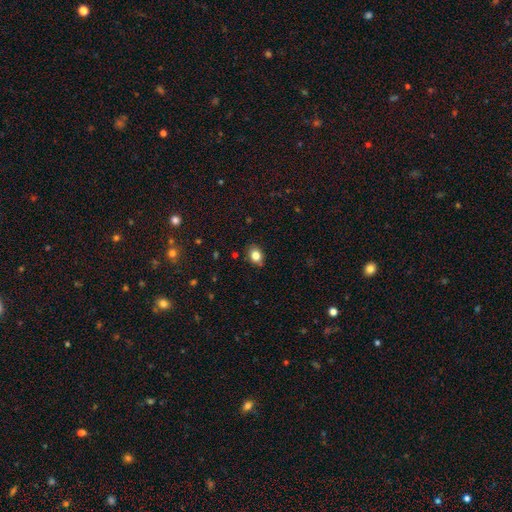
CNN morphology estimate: A smooth galaxy with no disk features (81%) that is in between round and cigar-shaped (64%).

Vote fractions:
- Smooth or featured? smooth: 81% / star or artifact: 10% / featured or disk: 8%
- How rounded? in between: 64% / round: 35% / cigar-shaped: 1%
- Merging? none: 81% / minor disturbance: 15% / major disturbance: 3% / merger: 1%